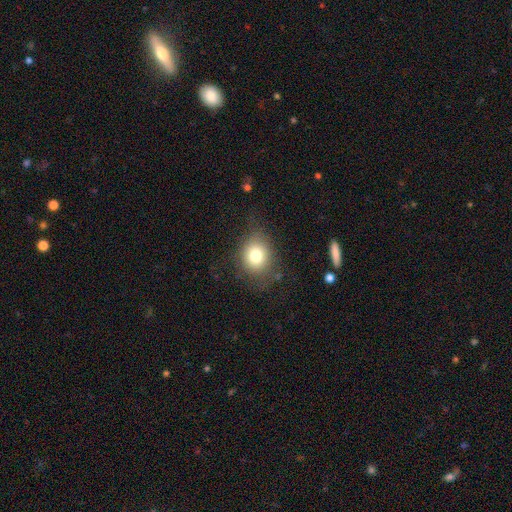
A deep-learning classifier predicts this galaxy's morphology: This appears to be a smooth galaxy with no disk features (76%) that is round (63%). Merging: none (73%).